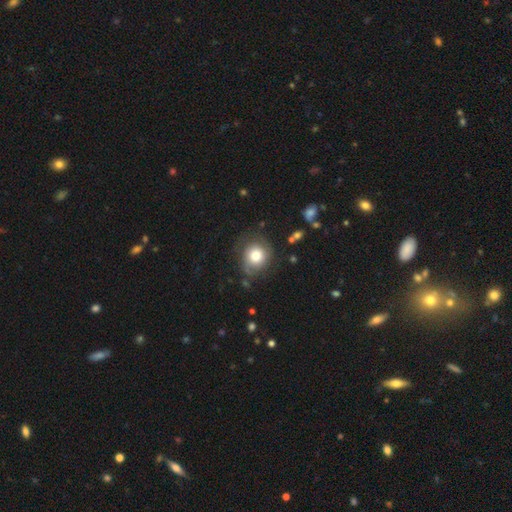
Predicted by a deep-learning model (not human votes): smooth-or-featured: smooth: 72% | featured or disk: 19% | star or artifact: 9%
  how-rounded: round: 80% | in between: 19% | cigar-shaped: 1%
  merging: none: 68% | minor disturbance: 21% | major disturbance: 9% | merger: 2%